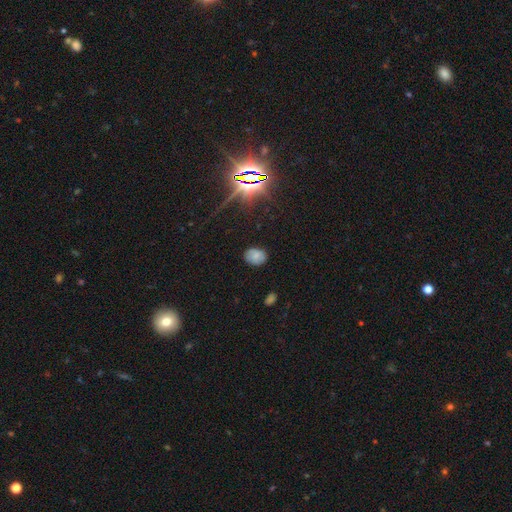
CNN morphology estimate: smooth 68%, star or artifact 16%, featured or disk 16%. Down the decision tree: how rounded — in between (64%); merging — none (79%).